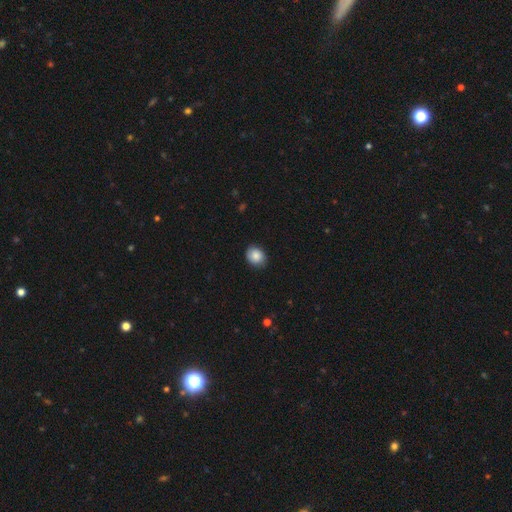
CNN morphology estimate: A smooth galaxy with no disk features (84%) that is round (57%). Merging: none (82%).